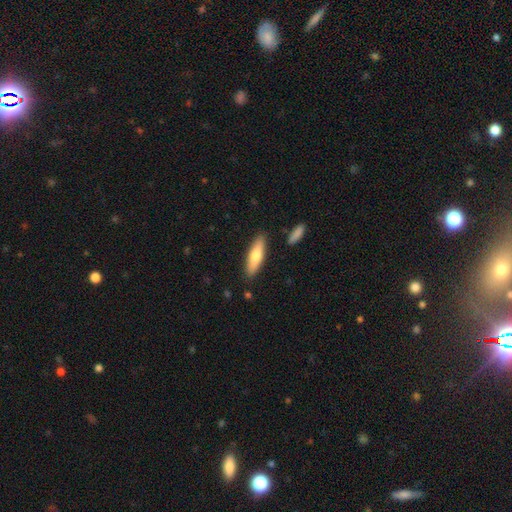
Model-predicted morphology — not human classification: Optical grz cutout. It shows a smooth galaxy with no disk features (69%) that is cigar-shaped (61%). Merging: none (86%).